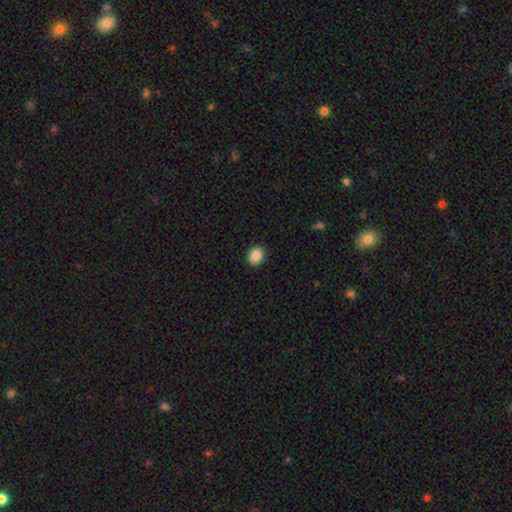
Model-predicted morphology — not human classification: A smooth galaxy with no disk features (88%) that is round (51%). Merging: none (91%).